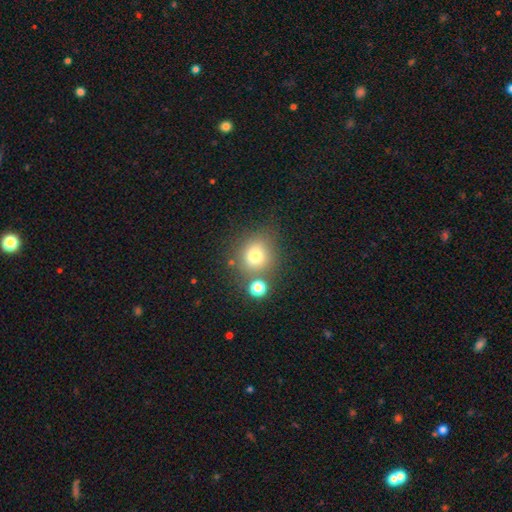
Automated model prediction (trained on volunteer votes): smooth-or-featured: smooth: 75% | star or artifact: 14% | featured or disk: 11%
  how-rounded: round: 82% | in between: 17% | cigar-shaped: 1%
  merging: none: 68% | merger: 15% | minor disturbance: 12% | major disturbance: 5%